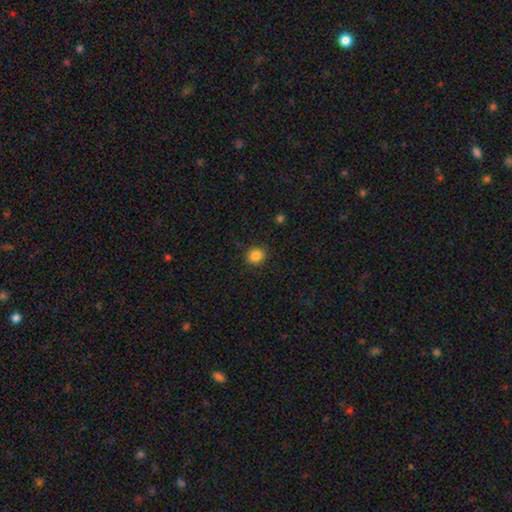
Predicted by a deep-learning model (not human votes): This appears to be a smooth galaxy with no disk features (85%) that is round (80%). Merging: none (89%).